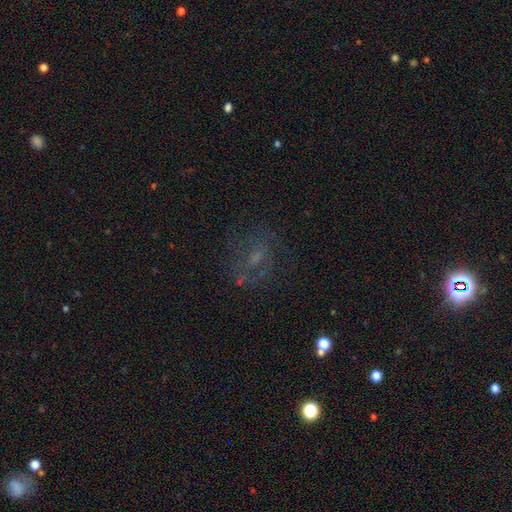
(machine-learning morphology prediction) Smooth or featured: featured or disk — 48% (smooth — 27%)
Merging: none — 63% (major disturbance — 18%)